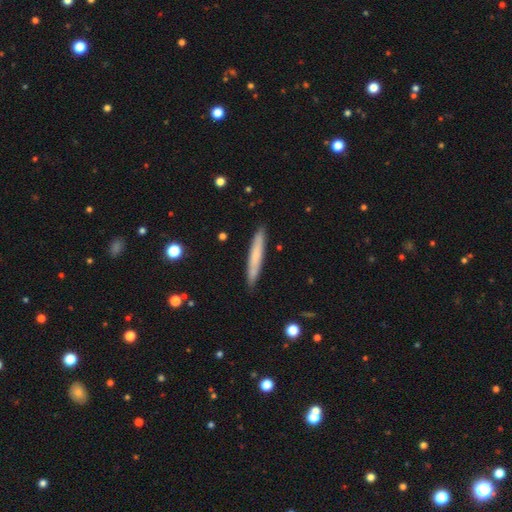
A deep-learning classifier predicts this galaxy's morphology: This is likely a smooth galaxy (67%). How rounded: clearly cigar-shaped (95%). Merging: clearly none (90%).